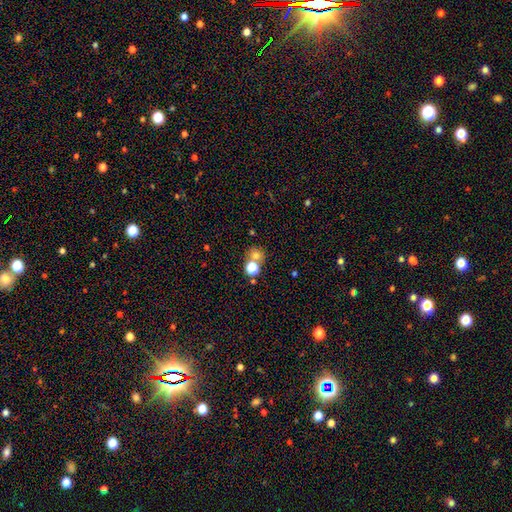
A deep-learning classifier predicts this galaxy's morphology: Smooth or featured: smooth — 69% (star or artifact — 20%)
How rounded: round — 81% (in between — 18%)
Merging: none — 56% (merger — 33%)